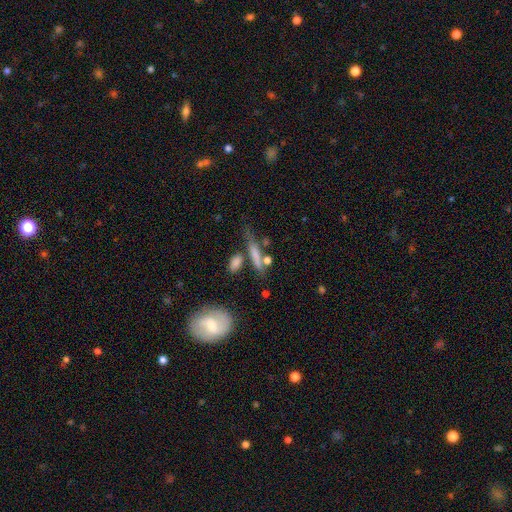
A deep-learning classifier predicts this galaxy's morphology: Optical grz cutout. It shows a smooth galaxy with no disk features (64%) that is cigar-shaped (76%). Merging: none (52%).